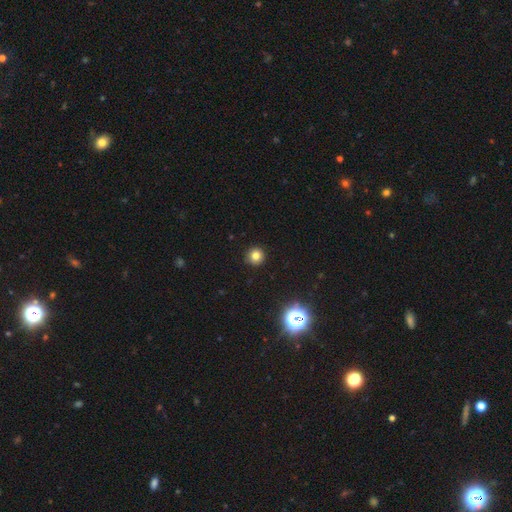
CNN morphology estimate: Overall: smooth (80%). How rounded: round (95%). Merging: none (93%).